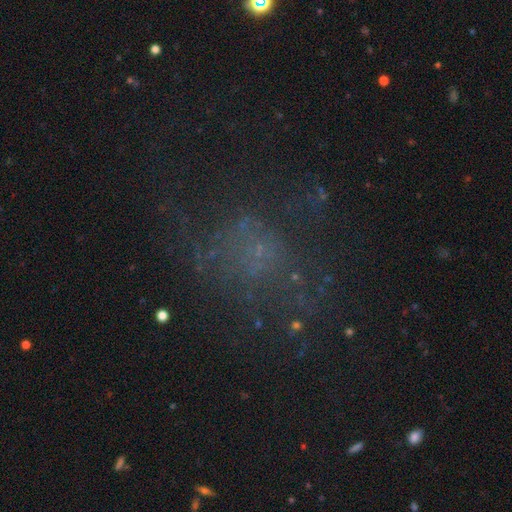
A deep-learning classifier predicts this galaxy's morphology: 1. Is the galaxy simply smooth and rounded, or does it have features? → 36% featured or disk, 35% star or artifact, 29% smooth.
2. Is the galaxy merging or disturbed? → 57% none, 23% major disturbance, 17% minor disturbance, 2% merger.